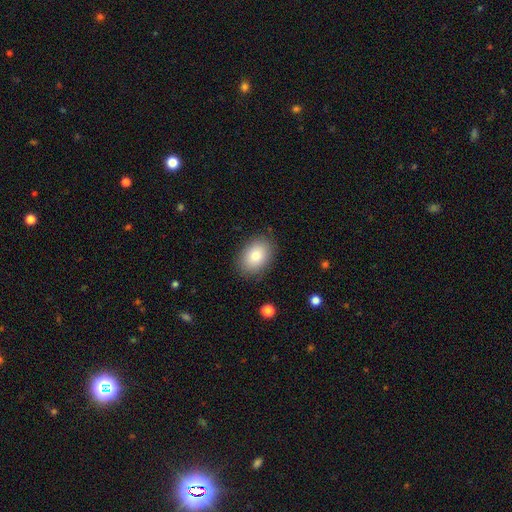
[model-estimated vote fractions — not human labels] A smooth galaxy with no disk features (80%) that is in between round and cigar-shaped (79%).

Vote fractions:
- Smooth or featured? smooth: 80% / featured or disk: 12% / star or artifact: 8%
- How rounded? in between: 79% / round: 20% / cigar-shaped: 1%
- Merging? none: 86% / minor disturbance: 10% / major disturbance: 3% / merger: 1%